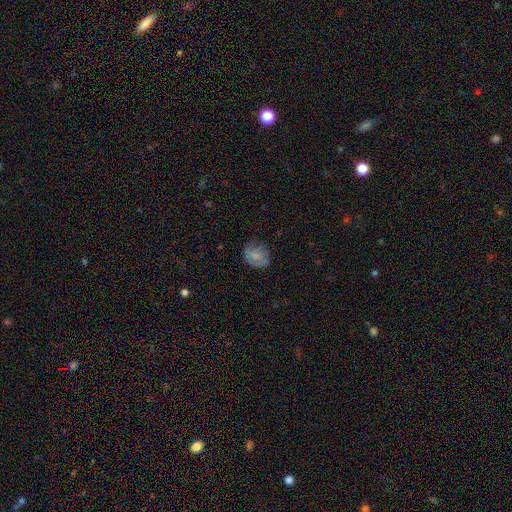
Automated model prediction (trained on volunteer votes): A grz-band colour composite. It shows a smooth galaxy with no disk features (65%) that is round (54%). Merging: none (60%).